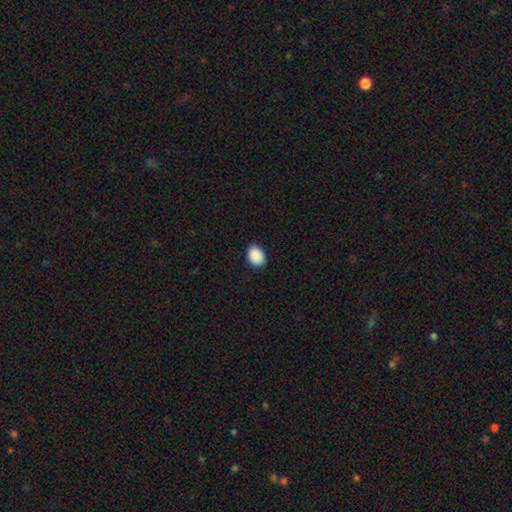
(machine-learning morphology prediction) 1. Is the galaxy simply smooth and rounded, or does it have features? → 90% smooth, 7% star or artifact, 2% featured or disk.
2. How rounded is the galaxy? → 59% in between, 40% round, 1% cigar-shaped.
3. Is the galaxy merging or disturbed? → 89% none, 8% minor disturbance, 2% major disturbance, 1% merger.